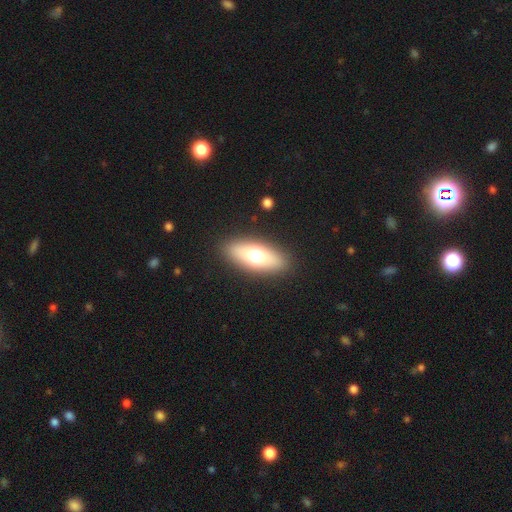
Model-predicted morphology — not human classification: Smooth or featured: smooth — 64% (featured or disk — 28%)
How rounded: in between — 73% (cigar-shaped — 22%)
Merging: none — 88% (minor disturbance — 8%)